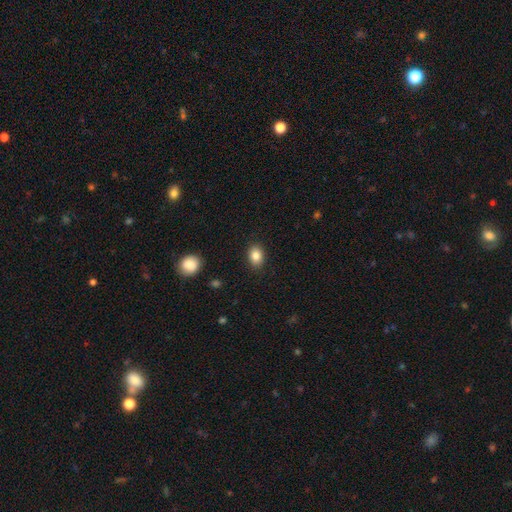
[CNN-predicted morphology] This is clearly a smooth galaxy (85%). How rounded: likely in between (71%). Merging: clearly none (88%).